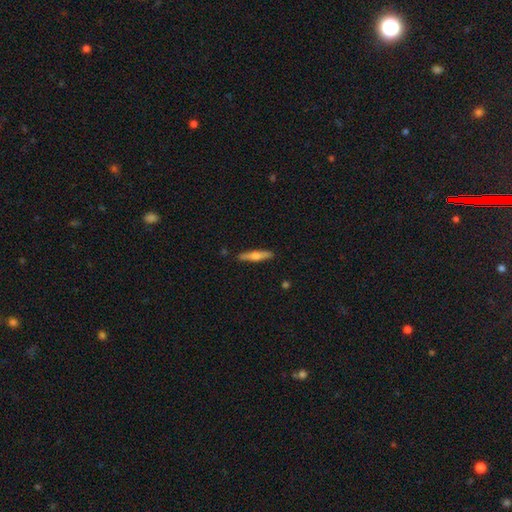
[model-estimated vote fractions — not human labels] Smooth or featured? smooth (50%)
Merging? none (89%)